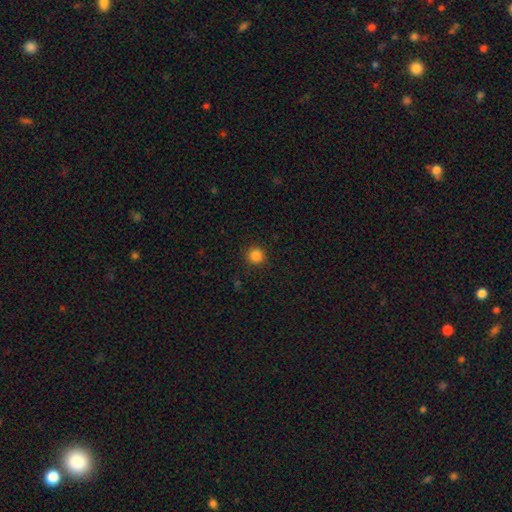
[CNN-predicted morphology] This appears to be a smooth galaxy with no disk features (85%) that is round (95%). Merging: none (91%).